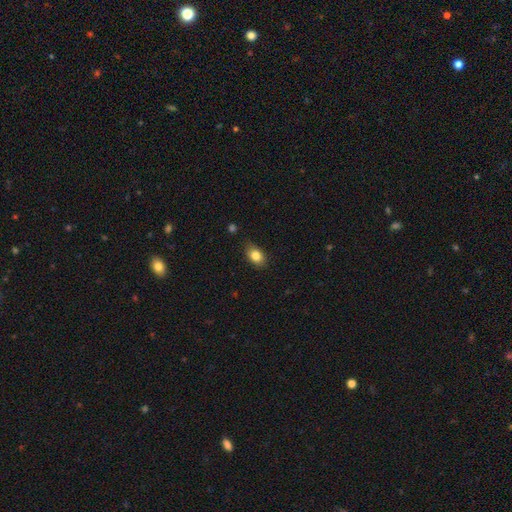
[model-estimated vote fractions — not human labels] smooth_or_featured: smooth (p=0.83) [alt: star or artifact p=0.09]
how_rounded: in between (p=0.80) [alt: round p=0.18]
merging: none (p=0.80) [alt: minor disturbance p=0.15]